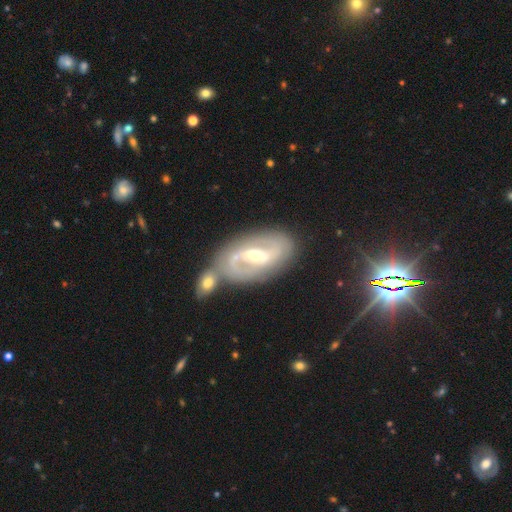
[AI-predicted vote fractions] smooth-or-featured: featured or disk: 84% | star or artifact: 8% | smooth: 7%
  disk-edge-on: no: 94% | yes: 6%
    bar: strong: 50% | weak: 37% | no: 13%
    has-spiral-arms: yes: 92% | no: 8%
      spiral-winding: medium: 45% | tight: 29% | loose: 26%
      spiral-arm-count: 2: 87% | can't tell: 7% | 1: 2% | 3: 2% | 4: 1% | more than 4: 1%
    bulge-size: moderate: 57% | small: 39% | large: 3% | none: 1% | dominant: 1%
  merging: none: 65% | minor disturbance: 15% | merger: 14% | major disturbance: 6%